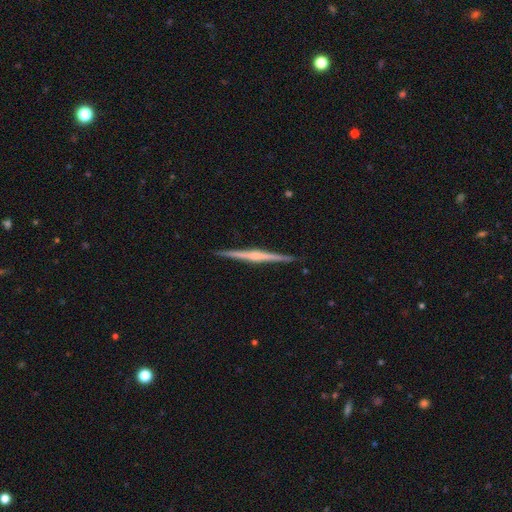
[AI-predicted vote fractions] Smooth or featured: featured or disk — 78% (smooth — 17%)
Edge-on disk: yes — 99% (no — 1%)
Edge-on bulge: rounded — 63% (none — 22%)
Merging: none — 92% (minor disturbance — 6%)